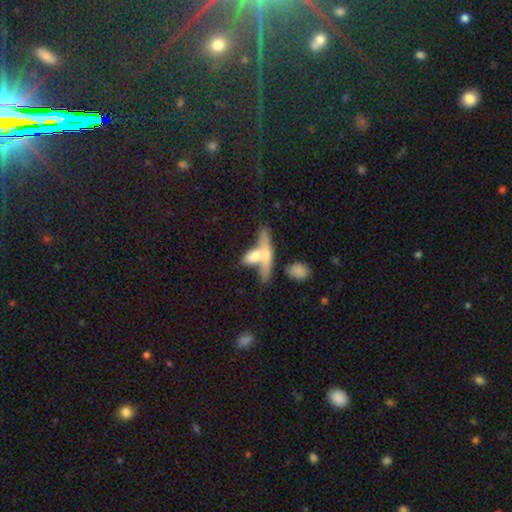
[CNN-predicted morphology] Smooth or featured: smooth — 56% (featured or disk — 35%)
How rounded: cigar-shaped — 52% (in between — 42%)
Merging: merger — 53% (none — 29%)